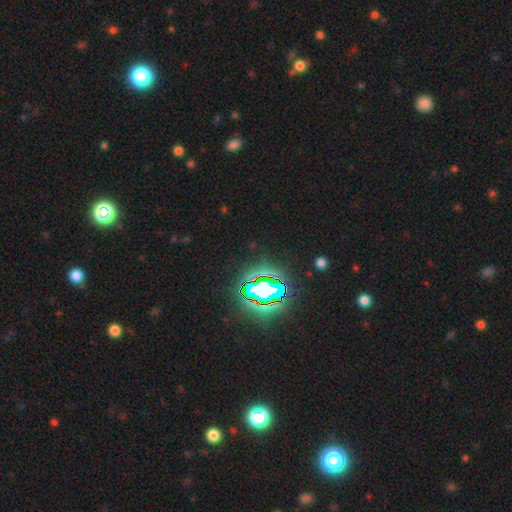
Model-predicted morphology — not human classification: Smooth or featured? star or artifact (80%)